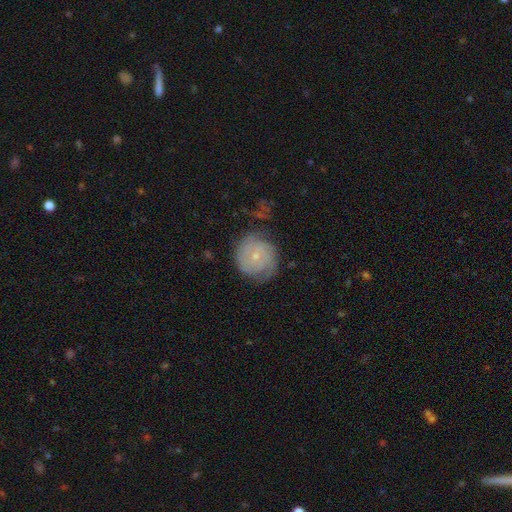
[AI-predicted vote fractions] Q: Smooth or featured?
A: featured or disk (68%); runner-up: smooth (25%)
Q: Edge-on disk?
A: no (98%); runner-up: yes (2%)
Q: Bar?
A: no (79%); runner-up: weak (18%)
Q: Spiral arms?
A: yes (90%); runner-up: no (10%)
Q: Spiral winding?
A: tight (65%); runner-up: medium (26%)
Q: Spiral arm count?
A: 2 (34%); runner-up: can't tell (31%)
Q: Bulge size?
A: small (76%); runner-up: moderate (20%)
Q: Merging?
A: none (67%); runner-up: minor disturbance (22%)